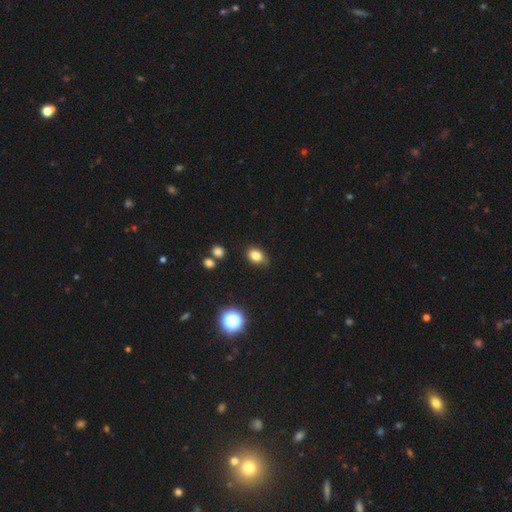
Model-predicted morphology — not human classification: smooth_or_featured: smooth (p=0.81) [alt: star or artifact p=0.12]
how_rounded: in between (p=0.66) [alt: round p=0.33]
merging: none (p=0.81) [alt: minor disturbance p=0.14]